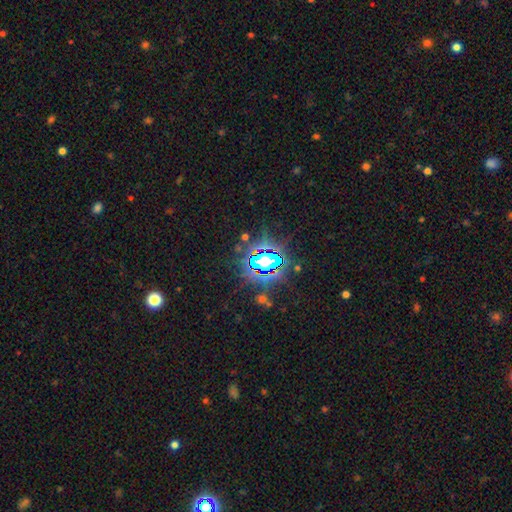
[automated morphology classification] smooth-or-featured: star or artifact: 84% | smooth: 10% | featured or disk: 7%